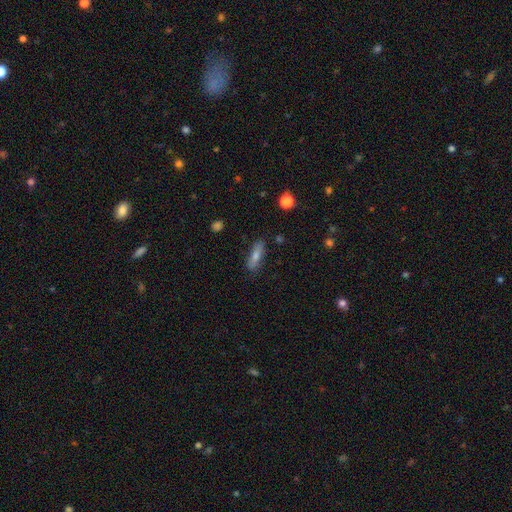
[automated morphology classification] This appears to be a smooth galaxy with no disk features (55%) that is cigar-shaped (56%). Merging: none (84%).